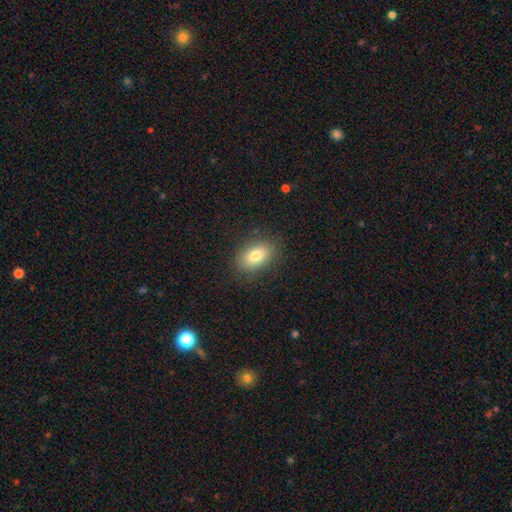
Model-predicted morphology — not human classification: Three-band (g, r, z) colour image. It shows a smooth galaxy with no disk features (80%) that is in between round and cigar-shaped (87%). Merging: none (85%).